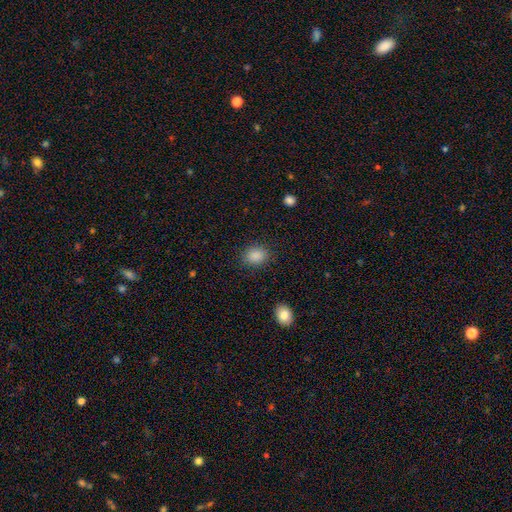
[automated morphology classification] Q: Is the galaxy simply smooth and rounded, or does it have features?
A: smooth — 88%.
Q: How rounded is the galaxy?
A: in between — 57%.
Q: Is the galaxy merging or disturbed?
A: none — 86%.